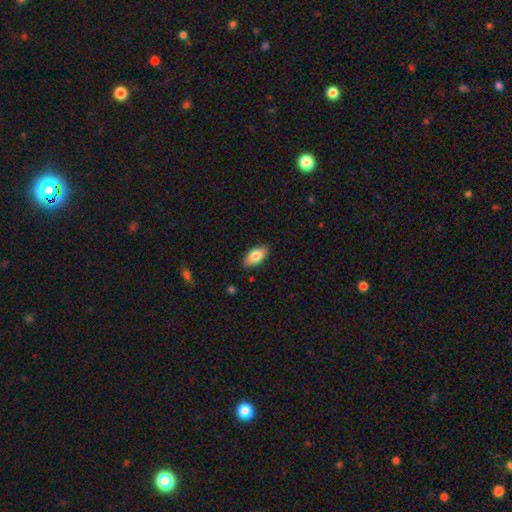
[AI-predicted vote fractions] smooth_or_featured: smooth (p=0.81) [alt: featured or disk p=0.12]
how_rounded: in between (p=0.93) [alt: cigar-shaped p=0.04]
merging: none (p=0.86) [alt: minor disturbance p=0.11]